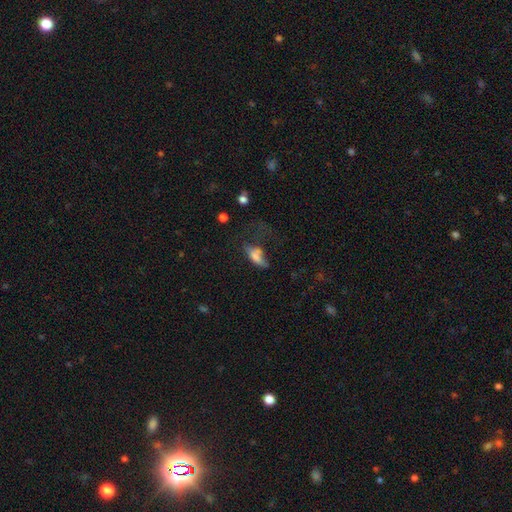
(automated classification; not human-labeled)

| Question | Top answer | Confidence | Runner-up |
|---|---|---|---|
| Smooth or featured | smooth | 66% | featured or disk (22%) |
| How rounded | in between | 74% | cigar-shaped (22%) |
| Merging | major disturbance | 45% | none (22%) |